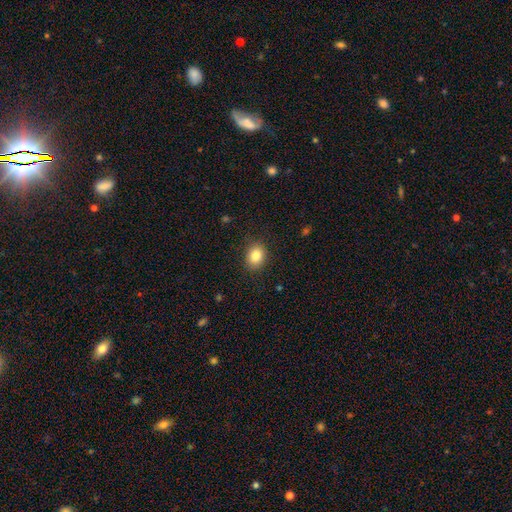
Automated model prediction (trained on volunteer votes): The model was most divided on "how rounded": in between: 53%, round: 46%, cigar-shaped: 1%. More confident: merging — none (88%); smooth or featured — smooth (84%).